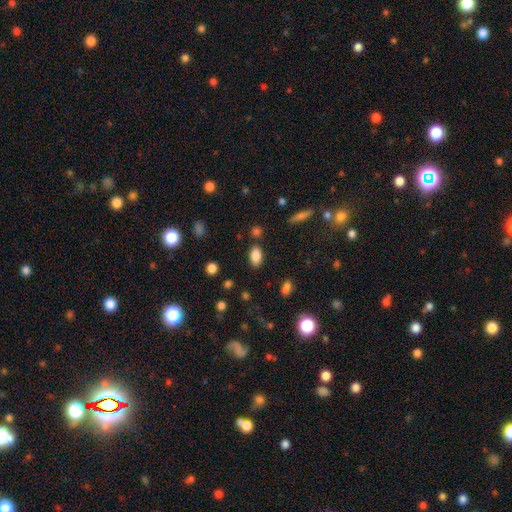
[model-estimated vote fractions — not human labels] Morphology: type=smooth (85%); roundness=in between (90%); merging=none (83%).